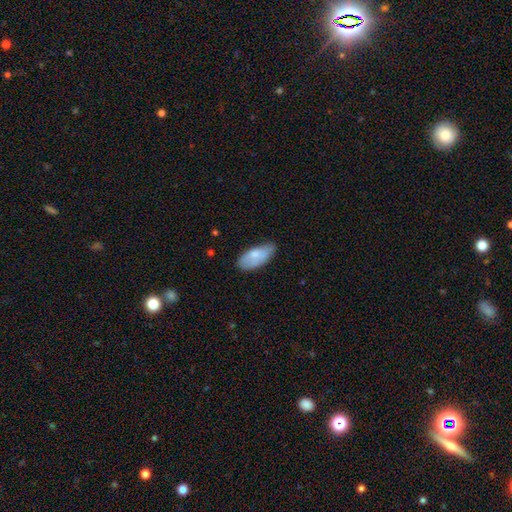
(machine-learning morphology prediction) A smooth galaxy with no disk features (76%) that is in between round and cigar-shaped (91%).

Vote fractions:
- Smooth or featured? smooth: 76% / featured or disk: 18% / star or artifact: 6%
- How rounded? in between: 91% / cigar-shaped: 7% / round: 2%
- Merging? none: 66% / minor disturbance: 27% / major disturbance: 5% / merger: 2%